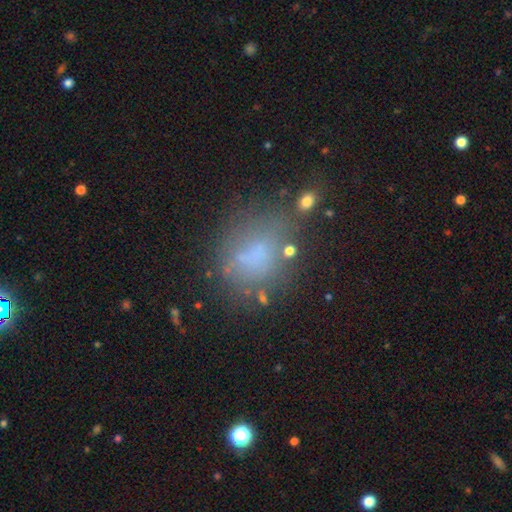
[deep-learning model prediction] Smooth or featured? smooth (60%)
How rounded? in between (51%)
Merging? none (53%)